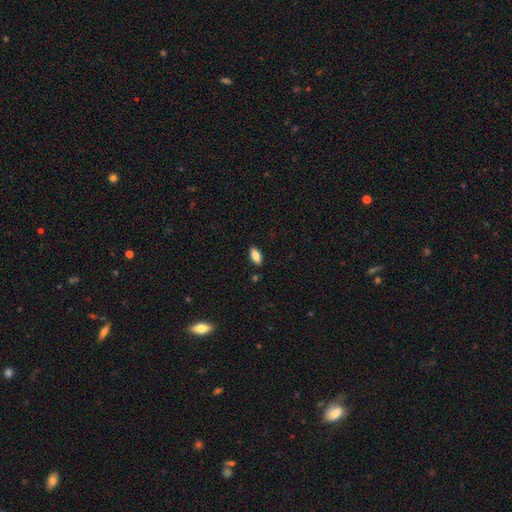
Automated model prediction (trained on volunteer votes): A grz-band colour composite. It shows a smooth galaxy with no disk features (83%) that is in between round and cigar-shaped (87%). Merging: none (87%).